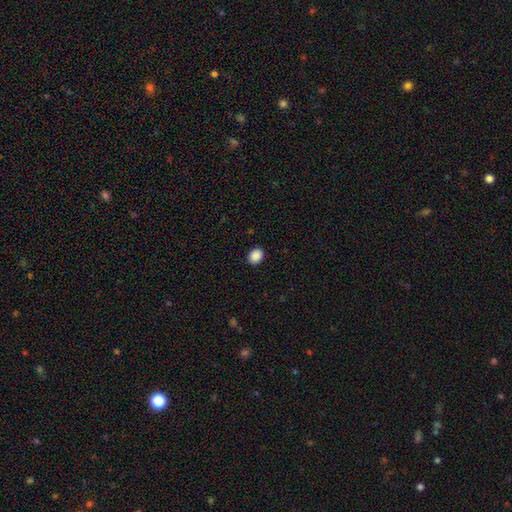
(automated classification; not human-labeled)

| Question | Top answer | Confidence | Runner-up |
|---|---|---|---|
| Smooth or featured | smooth | 89% | star or artifact (8%) |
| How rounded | in between | 50% | round (49%) |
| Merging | none | 91% | minor disturbance (6%) |